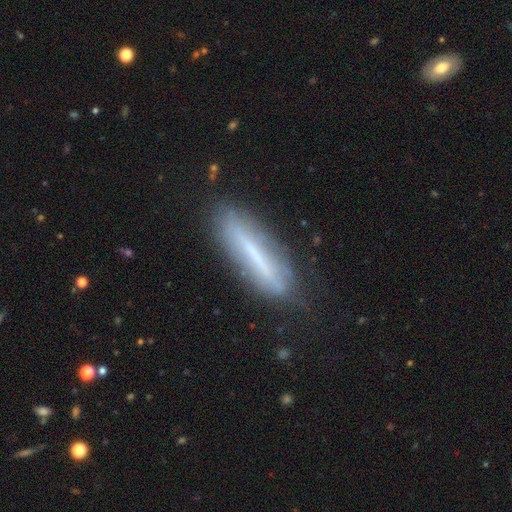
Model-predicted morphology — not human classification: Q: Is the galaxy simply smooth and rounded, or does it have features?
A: featured or disk — 47%.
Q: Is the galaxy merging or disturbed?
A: none — 75%.